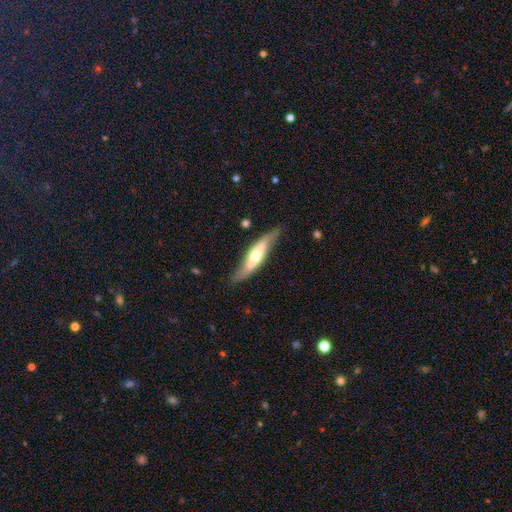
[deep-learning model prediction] smooth-or-featured: featured or disk: 60% | smooth: 35% | star or artifact: 5%
  disk-edge-on: yes: 64% | no: 36%
  merging: none: 76% | minor disturbance: 18% | major disturbance: 4% | merger: 2%